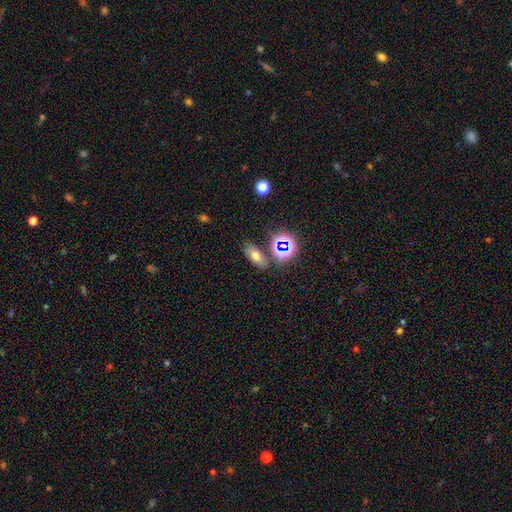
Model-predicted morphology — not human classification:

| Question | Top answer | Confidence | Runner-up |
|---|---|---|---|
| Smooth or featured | smooth | 62% | star or artifact (23%) |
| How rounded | in between | 77% | cigar-shaped (12%) |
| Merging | none | 77% | minor disturbance (11%) |